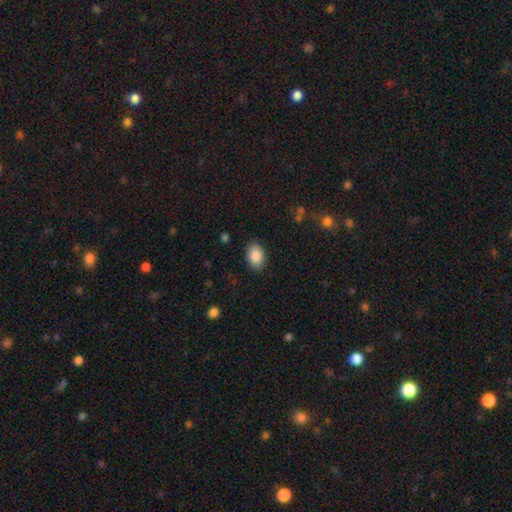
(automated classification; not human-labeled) A smooth galaxy with no disk features (89%) that is in between round and cigar-shaped (86%). Merging: none (86%).